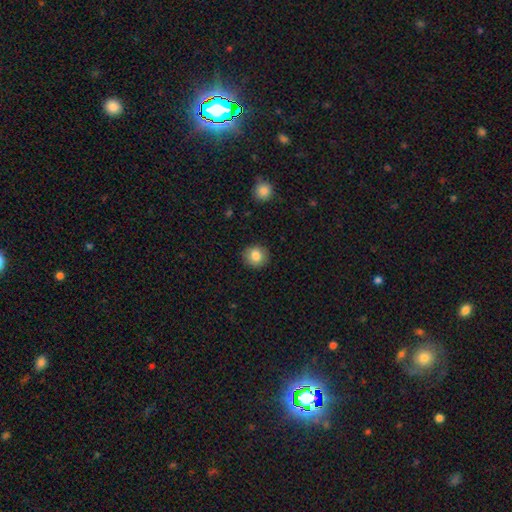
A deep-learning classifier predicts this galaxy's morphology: Smooth or featured? Predicted: smooth (p=0.84). How rounded? Predicted: round (p=0.89). Merging? Predicted: none (p=0.90).